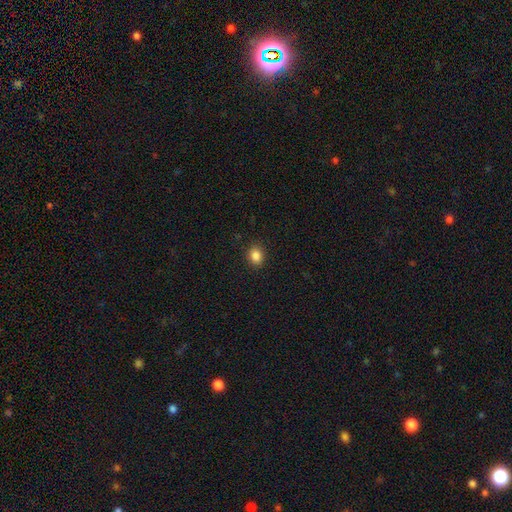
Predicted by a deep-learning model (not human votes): smooth 86%, star or artifact 10%, featured or disk 4%. Down the decision tree: how rounded — round (52%); merging — none (90%).